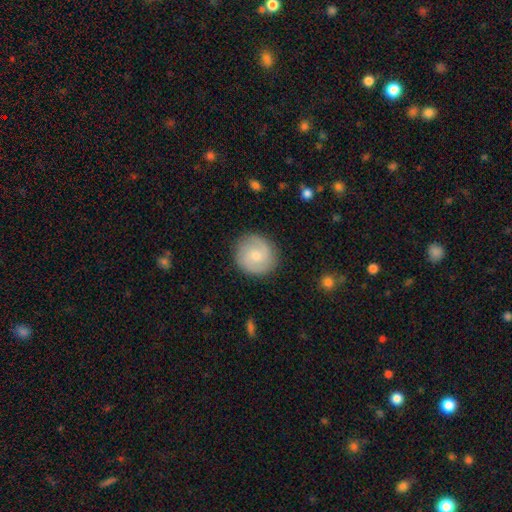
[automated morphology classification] Smooth or featured?
  - featured or disk: 54% *
  - smooth: 40%
  - star or artifact: 6%
Edge-on disk?
  - no: 98% *
  - yes: 2%
Bar?
  - no: 63% *
  - weak: 33%
  - strong: 4%
Spiral arms?
  - yes: 88% *
  - no: 12%
Bulge size?
  - small: 49% *
  - moderate: 46%
  - none: 2%
  - large: 2%
  - dominant: 1%
Merging?
  - none: 87% *
  - minor disturbance: 9%
  - major disturbance: 3%
  - merger: 1%